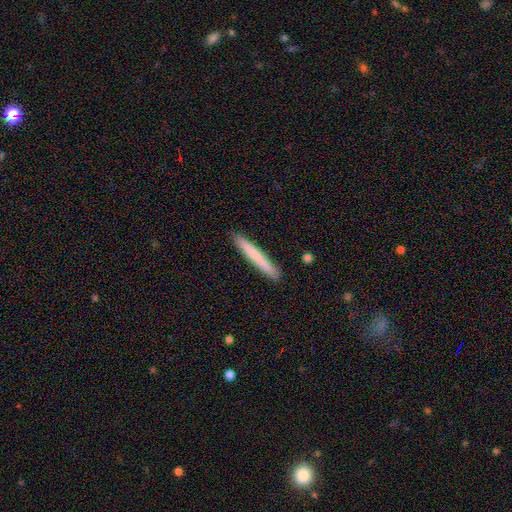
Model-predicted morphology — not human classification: smooth_or_featured: smooth (p=0.75) [alt: featured or disk p=0.20]
how_rounded: cigar-shaped (p=0.97) [alt: in between p=0.02]
merging: none (p=0.92) [alt: minor disturbance p=0.06]